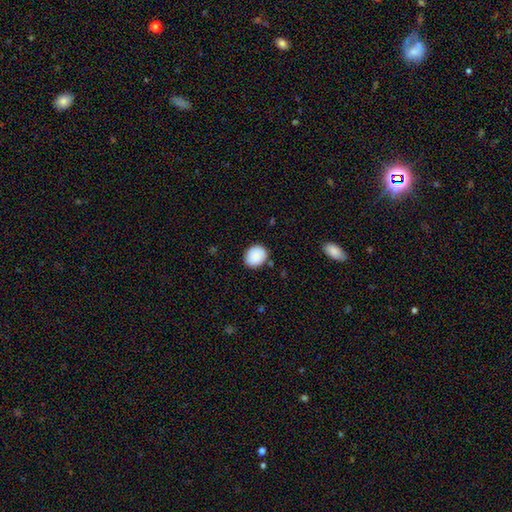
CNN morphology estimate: smooth_or_featured: smooth (p=0.89) [alt: star or artifact p=0.07]
how_rounded: round (p=0.58) [alt: in between p=0.41]
merging: none (p=0.83) [alt: minor disturbance p=0.12]